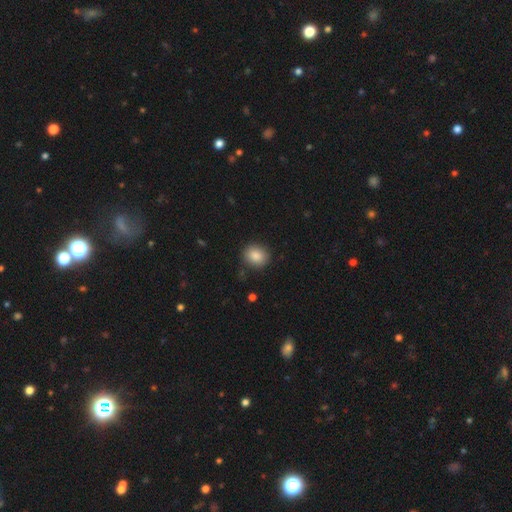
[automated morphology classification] Q: Smooth or featured?
A: smooth (86%); runner-up: star or artifact (9%)
Q: How rounded?
A: round (73%); runner-up: in between (26%)
Q: Merging?
A: none (87%); runner-up: minor disturbance (9%)